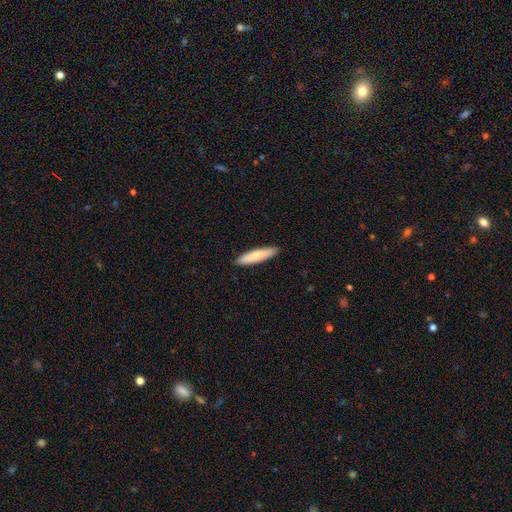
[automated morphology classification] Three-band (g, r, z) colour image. It shows a smooth galaxy with no disk features (76%) that is cigar-shaped (80%). Merging: none (90%).